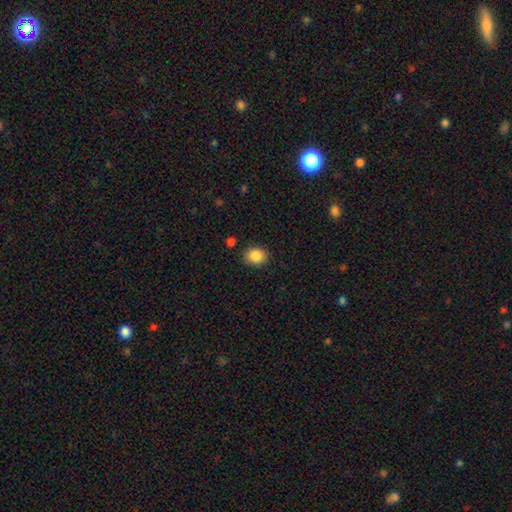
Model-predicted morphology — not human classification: Smooth or featured: smooth — 87% (star or artifact — 9%)
How rounded: round — 64% (in between — 35%)
Merging: none — 86% (minor disturbance — 9%)